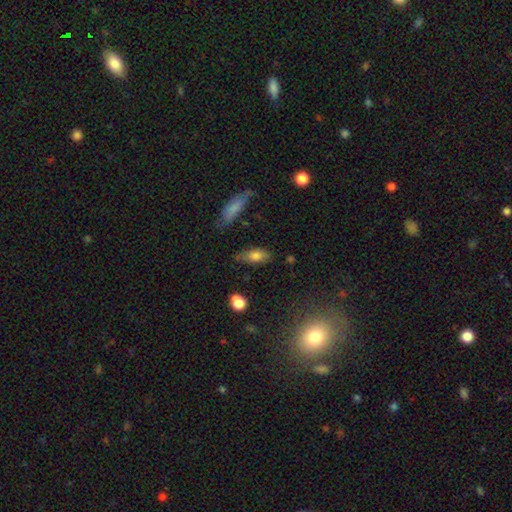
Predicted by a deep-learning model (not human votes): Q: Smooth or featured?
A: smooth (73%); runner-up: featured or disk (18%)
Q: How rounded?
A: in between (76%); runner-up: cigar-shaped (20%)
Q: Merging?
A: none (69%); runner-up: minor disturbance (22%)